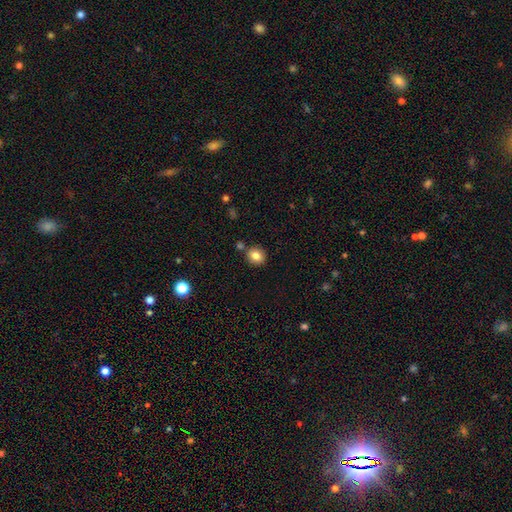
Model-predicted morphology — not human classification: Smooth or featured? Predicted: smooth (p=0.83). How rounded? Predicted: round (p=0.77). Merging? Predicted: none (p=0.79).